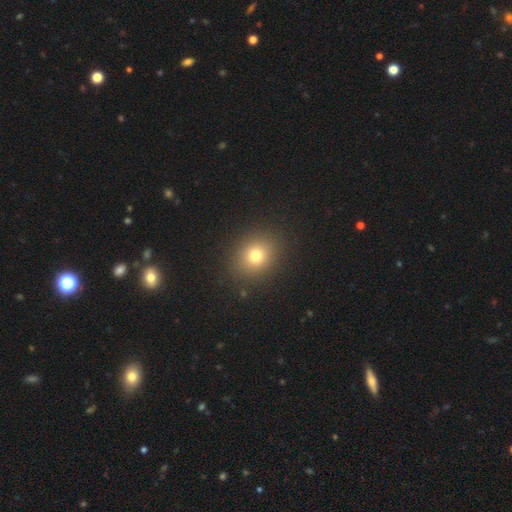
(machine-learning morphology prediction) Smooth or featured? Predicted: smooth (p=0.75). How rounded? Predicted: round (p=0.67). Merging? Predicted: none (p=0.88).